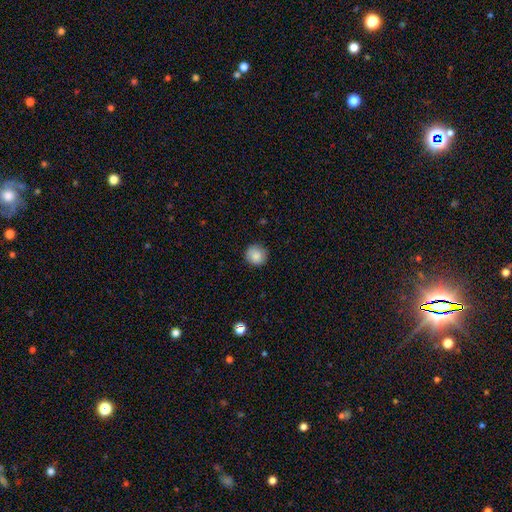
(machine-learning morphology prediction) The model was most divided on "smooth or featured": smooth: 86%, star or artifact: 9%, featured or disk: 5%. More confident: how rounded — round (93%); merging — none (89%).